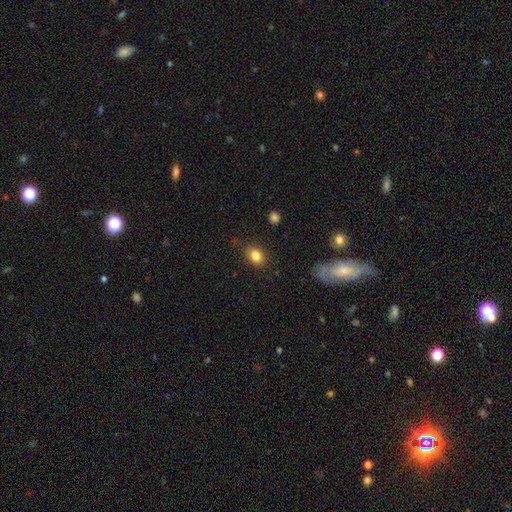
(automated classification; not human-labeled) smooth_or_featured: smooth (p=0.83) [alt: star or artifact p=0.11]
how_rounded: round (p=0.53) [alt: in between p=0.46]
merging: none (p=0.85) [alt: minor disturbance p=0.10]